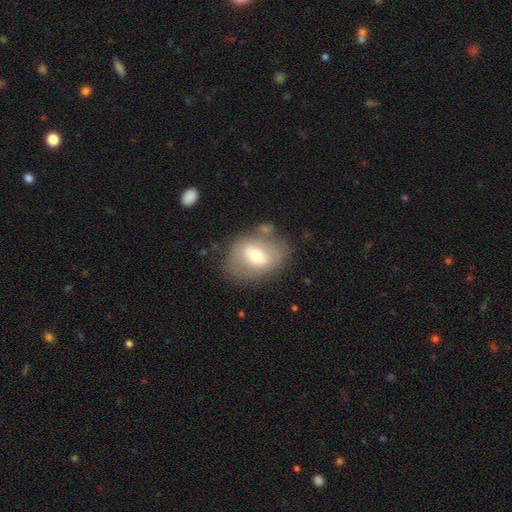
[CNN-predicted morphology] Q: Smooth or featured?
A: smooth (56%); runner-up: featured or disk (36%)
Q: How rounded?
A: in between (64%); runner-up: round (35%)
Q: Merging?
A: none (67%); runner-up: minor disturbance (18%)